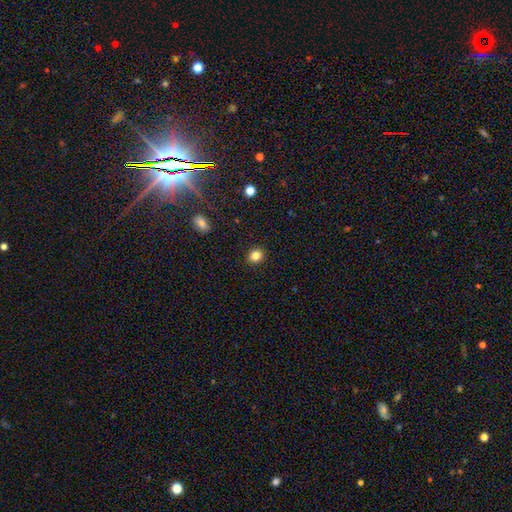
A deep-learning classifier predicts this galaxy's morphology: Smooth or featured? Predicted: smooth (p=0.83). How rounded? Predicted: round (p=0.72). Merging? Predicted: none (p=0.91).